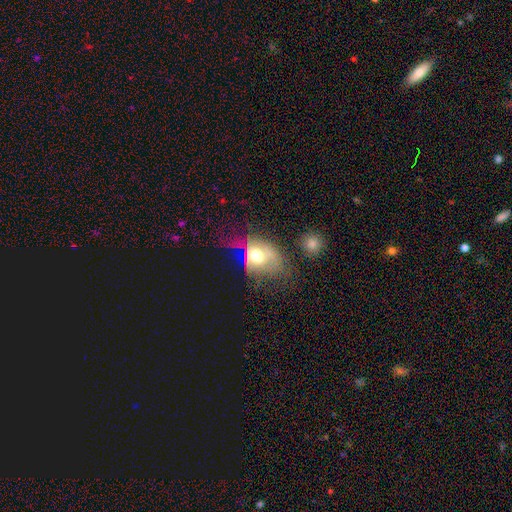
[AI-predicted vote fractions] The model was most divided on "smooth or featured": smooth: 52%, featured or disk: 36%, star or artifact: 12%. Remaining: how rounded — in between (59%); merging — major disturbance (46%).